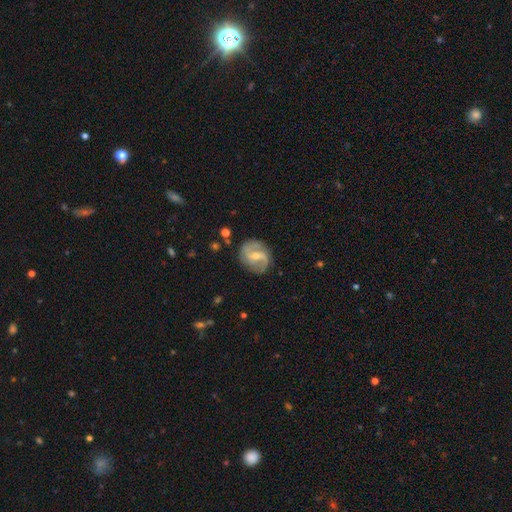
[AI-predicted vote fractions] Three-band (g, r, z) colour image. It shows a featured or disk galaxy (82%) with a weak bar (54%), 2 (85%) medium (47%) spiral arms (94%) and a small central bulge (53%). Merging: none (77%).